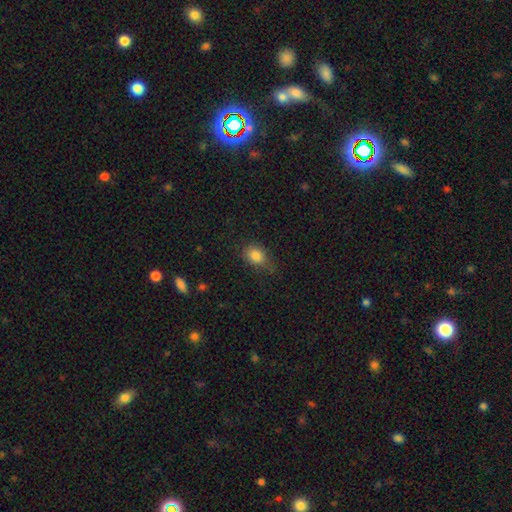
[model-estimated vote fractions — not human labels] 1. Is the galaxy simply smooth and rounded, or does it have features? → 82% smooth, 11% star or artifact, 7% featured or disk.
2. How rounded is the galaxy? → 54% in between, 44% round, 2% cigar-shaped.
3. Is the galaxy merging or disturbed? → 63% none, 27% minor disturbance, 8% major disturbance, 2% merger.